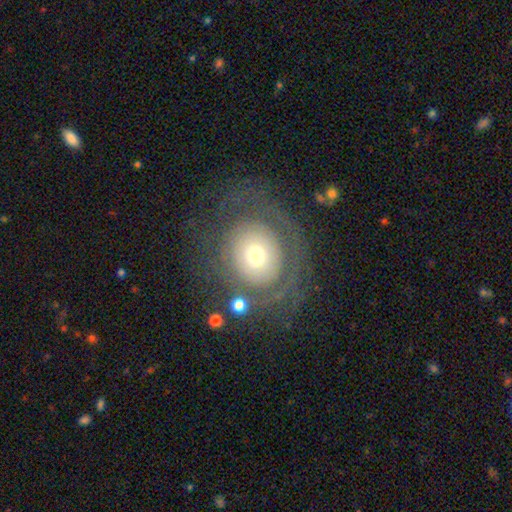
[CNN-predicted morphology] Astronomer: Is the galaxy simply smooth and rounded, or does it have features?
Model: featured or disk — 49% (runner-up: smooth, 42%).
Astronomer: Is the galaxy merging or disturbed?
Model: none — 67%.